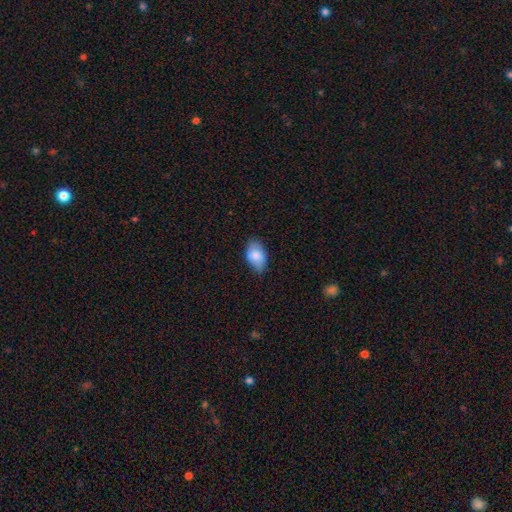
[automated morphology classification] A smooth galaxy with no disk features (83%) that is in between round and cigar-shaped (90%). Merging: none (72%).